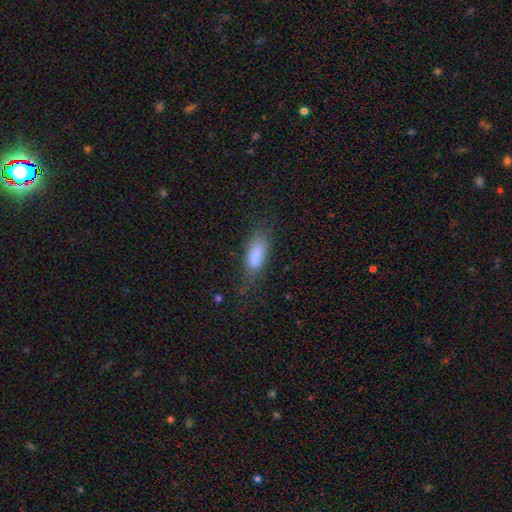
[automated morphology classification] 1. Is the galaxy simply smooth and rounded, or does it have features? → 82% smooth, 10% featured or disk, 8% star or artifact.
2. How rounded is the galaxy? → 76% in between, 21% cigar-shaped, 3% round.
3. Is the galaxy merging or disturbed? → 58% none, 26% minor disturbance, 14% major disturbance, 2% merger.